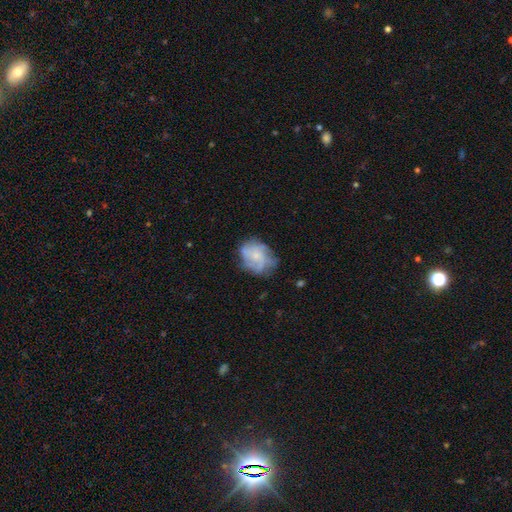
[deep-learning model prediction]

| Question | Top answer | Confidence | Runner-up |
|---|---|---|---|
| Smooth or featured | featured or disk | 58% | smooth (34%) |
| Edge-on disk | no | 98% | yes (2%) |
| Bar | no | 79% | weak (19%) |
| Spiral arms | yes | 76% | no (24%) |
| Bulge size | small | 59% | moderate (26%) |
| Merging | none | 58% | minor disturbance (26%) |